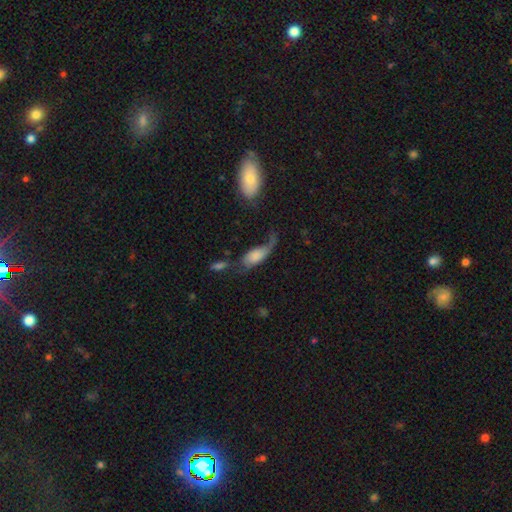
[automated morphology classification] A smooth galaxy with no disk features (64%) that is in between round and cigar-shaped (86%). Merging: major disturbance (43%).